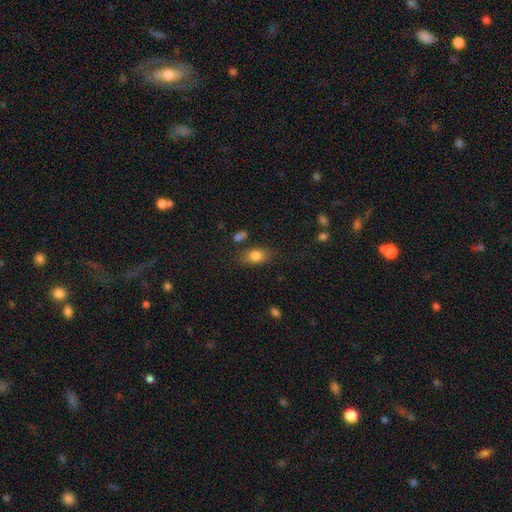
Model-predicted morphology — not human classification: Overall: smooth (82%). How rounded: in between (80%). Merging: none (74%).